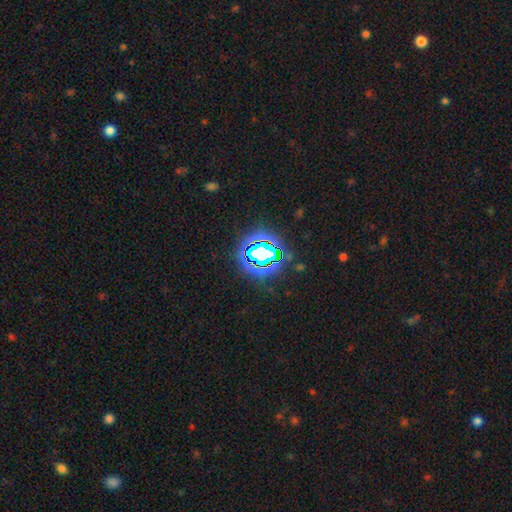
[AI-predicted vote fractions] star or artifact 71%, smooth 18%, featured or disk 11%.